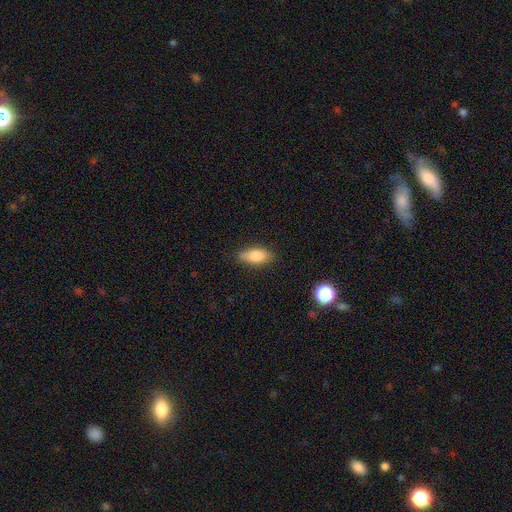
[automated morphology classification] Smooth or featured: smooth — 82% (featured or disk — 11%)
How rounded: in between — 81% (cigar-shaped — 16%)
Merging: none — 83% (minor disturbance — 13%)